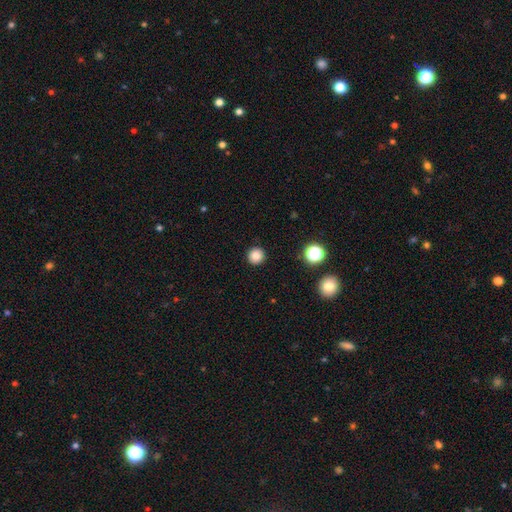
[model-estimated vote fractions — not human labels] This appears to be a smooth galaxy with no disk features (83%) that is round (96%). Merging: none (92%).